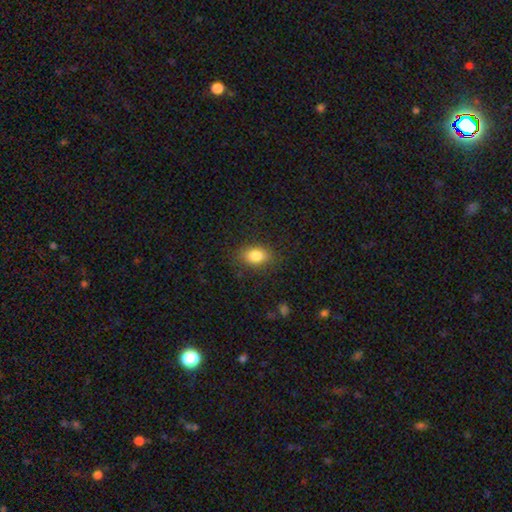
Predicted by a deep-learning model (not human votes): This is clearly a smooth galaxy (84%). How rounded: likely in between (78%). Merging: clearly none (82%).